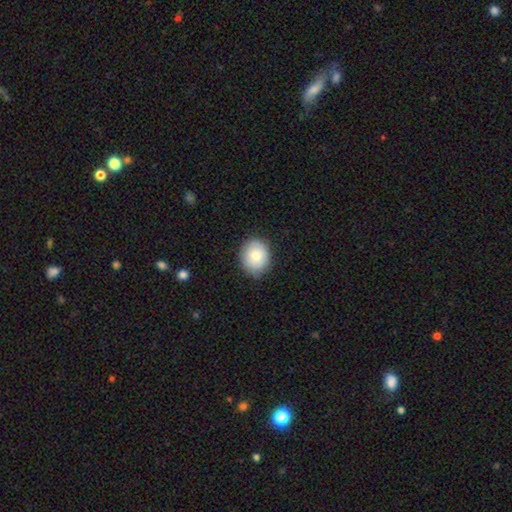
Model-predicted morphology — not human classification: The model was most divided on "how rounded": round: 59%, in between: 40%, cigar-shaped: 1%. More confident: merging — none (85%); smooth or featured — smooth (80%).